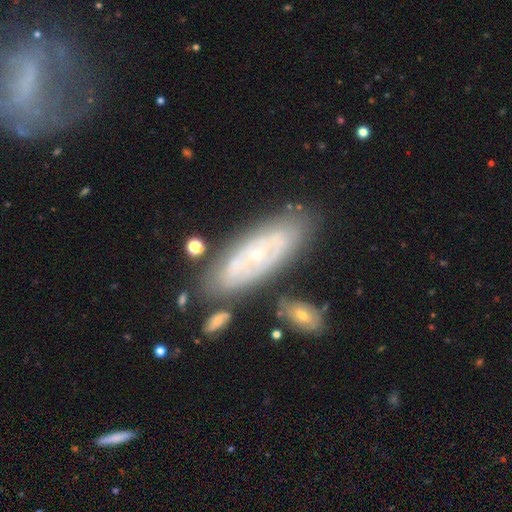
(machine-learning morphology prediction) The model was most divided on "spiral arms": yes: 70%, no: 30%. More confident: edge-on disk — no (86%); bulge size — small (80%); bar — no (78%); merging — none (74%); smooth or featured — featured or disk (72%).